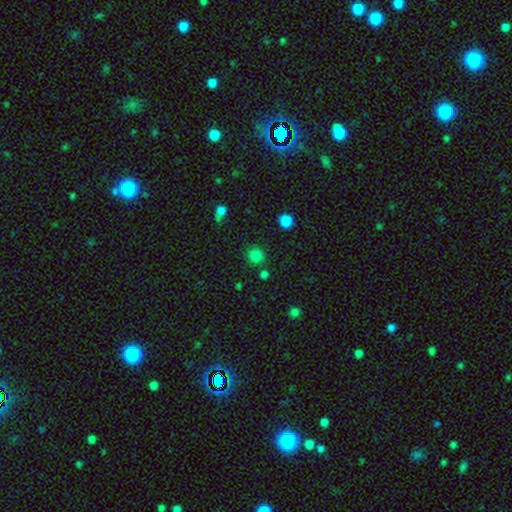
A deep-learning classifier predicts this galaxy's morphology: Smooth or featured? smooth (82%)
How rounded? round (90%)
Merging? none (83%)